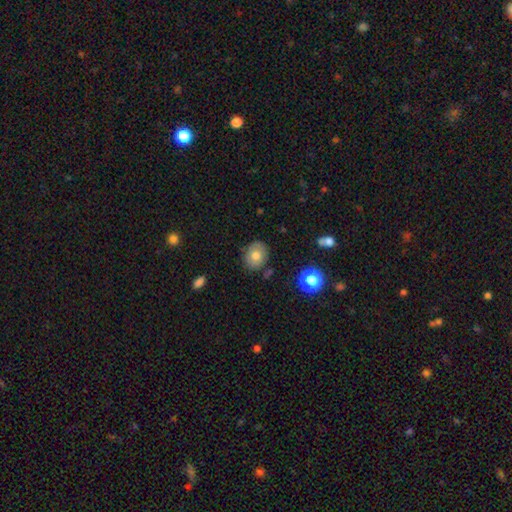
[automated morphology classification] A smooth galaxy with no disk features (75%) that is round (57%). Merging: none (82%).